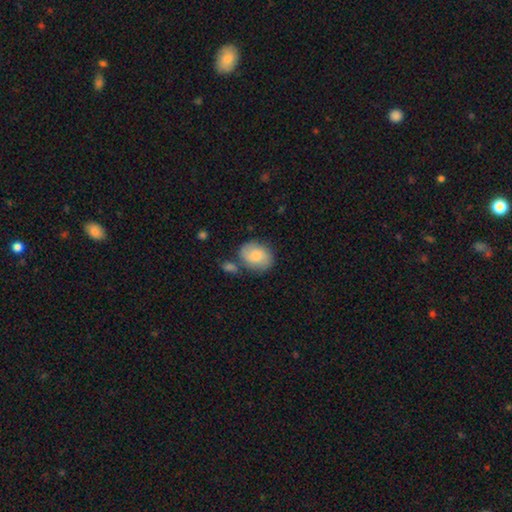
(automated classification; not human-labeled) This is likely a smooth galaxy (65%). How rounded: possibly in between (55%). Merging: likely none (63%).